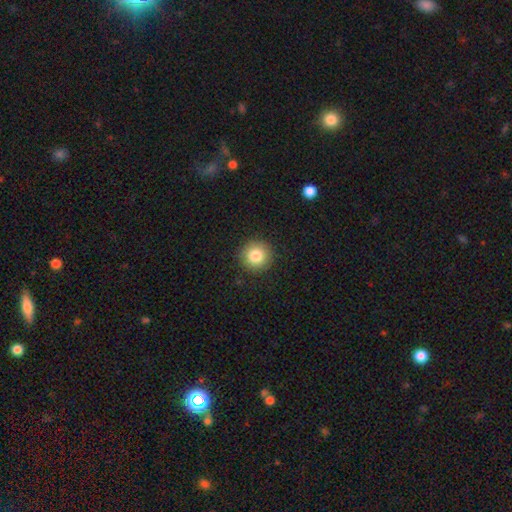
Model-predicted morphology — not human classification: Q: Smooth or featured?
A: smooth (83%); runner-up: star or artifact (10%)
Q: How rounded?
A: round (95%); runner-up: in between (4%)
Q: Merging?
A: none (91%); runner-up: minor disturbance (6%)